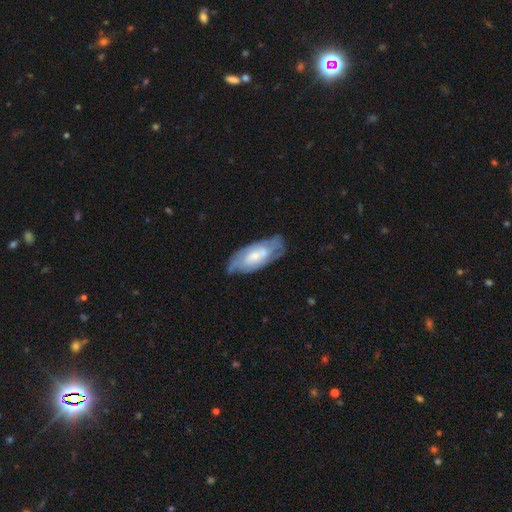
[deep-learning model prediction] Morphology: type=featured or disk (58%); edge-on=no (87%); bar=no (64%); spiral arms=yes (70%); bulge=small (43%, tied with moderate); merging=none (60%).